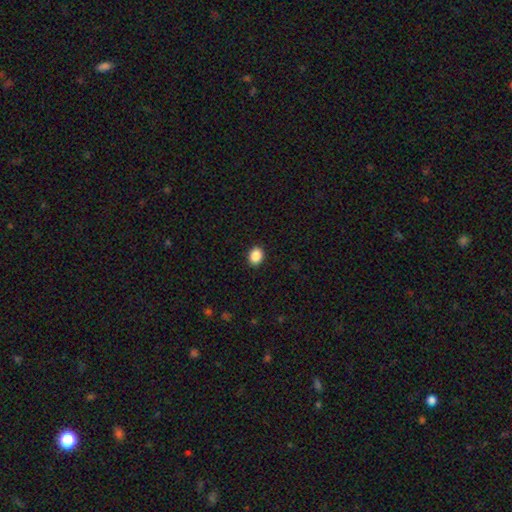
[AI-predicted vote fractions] smooth 88%, star or artifact 9%, featured or disk 3%. Down the decision tree: how rounded — in between (57%); merging — none (91%).